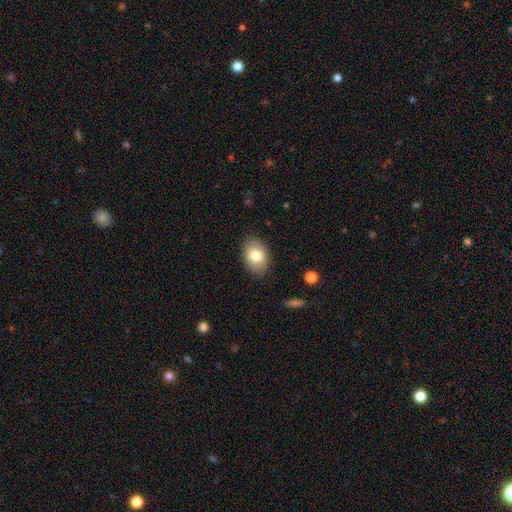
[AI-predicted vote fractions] This is likely a smooth galaxy (79%). How rounded: clearly in between (83%). Merging: clearly none (87%).